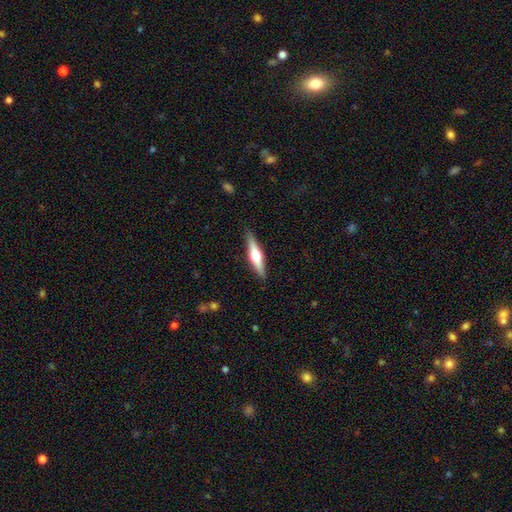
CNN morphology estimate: featured or disk 61%, smooth 34%, star or artifact 5%. Down the decision tree: edge-on disk — yes (96%); edge-on bulge — rounded (94%); merging — none (90%).